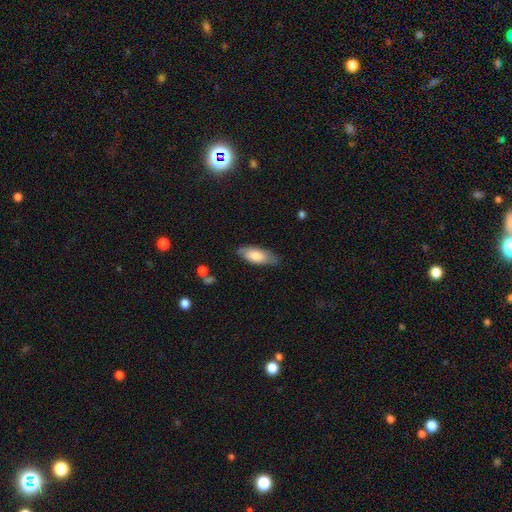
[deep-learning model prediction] Smooth or featured: smooth — 75% (featured or disk — 19%)
How rounded: in between — 80% (cigar-shaped — 18%)
Merging: none — 74% (minor disturbance — 21%)